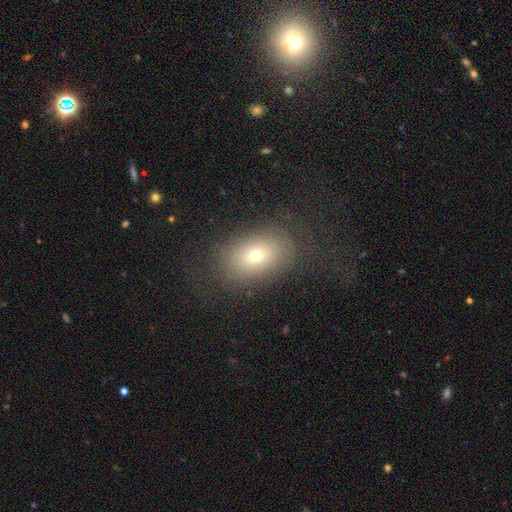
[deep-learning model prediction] Smooth or featured: smooth — 66% (featured or disk — 20%)
How rounded: in between — 75% (round — 23%)
Merging: none — 70% (minor disturbance — 14%)